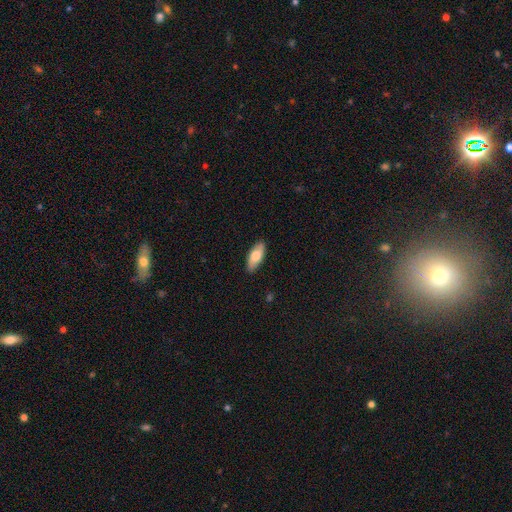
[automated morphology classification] smooth-or-featured: smooth: 74% | featured or disk: 21% | star or artifact: 6%
  how-rounded: in between: 82% | cigar-shaped: 16% | round: 2%
  merging: none: 88% | minor disturbance: 9% | major disturbance: 2% | merger: 1%